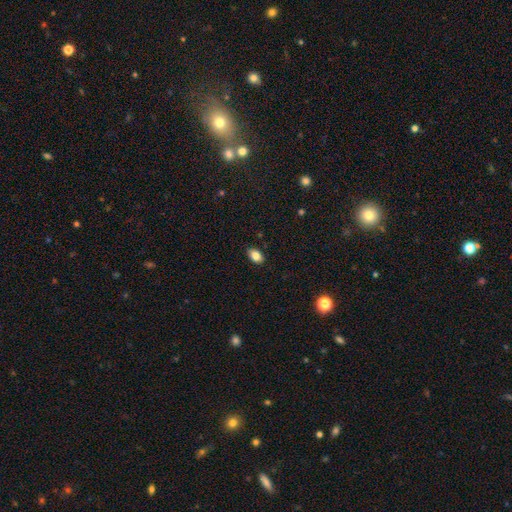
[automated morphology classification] Smooth or featured? Predicted: smooth (p=0.85). How rounded? Predicted: in between (p=0.87). Merging? Predicted: none (p=0.86).